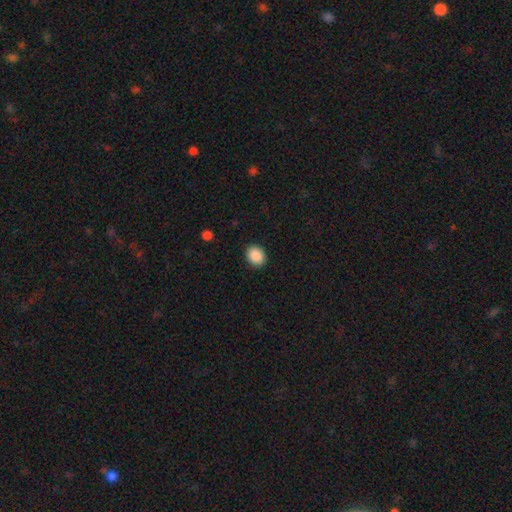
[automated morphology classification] This is clearly a smooth galaxy (89%). How rounded: possibly round (52%). Merging: clearly none (90%).